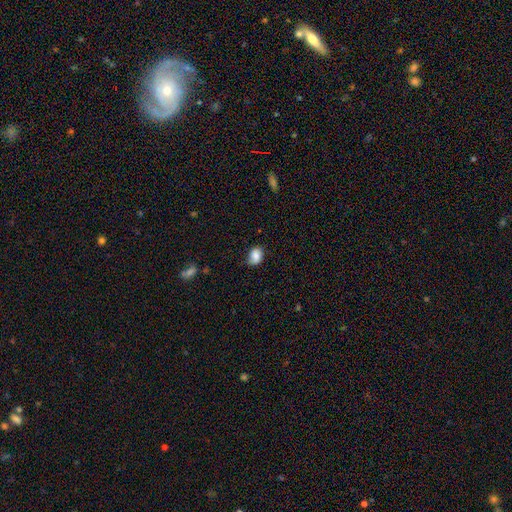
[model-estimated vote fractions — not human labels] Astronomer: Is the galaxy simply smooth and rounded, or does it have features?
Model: smooth — 81%.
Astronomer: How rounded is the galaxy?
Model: in between — 70%.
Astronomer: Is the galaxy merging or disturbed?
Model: none — 63%.